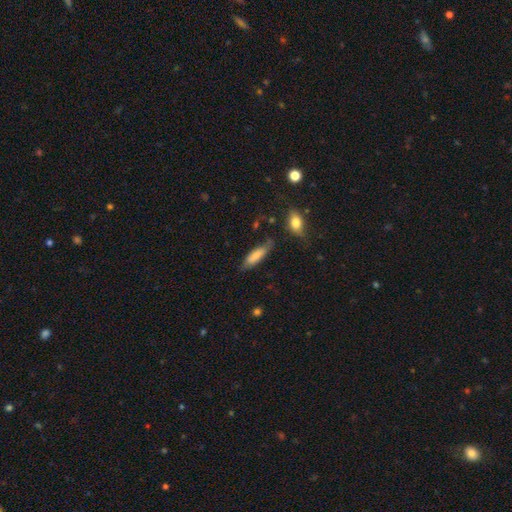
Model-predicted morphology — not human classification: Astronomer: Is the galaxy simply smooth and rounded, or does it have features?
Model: smooth — 75%.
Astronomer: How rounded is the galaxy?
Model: cigar-shaped — 52% (runner-up: in between, 46%).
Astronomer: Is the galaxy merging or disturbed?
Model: none — 66%.